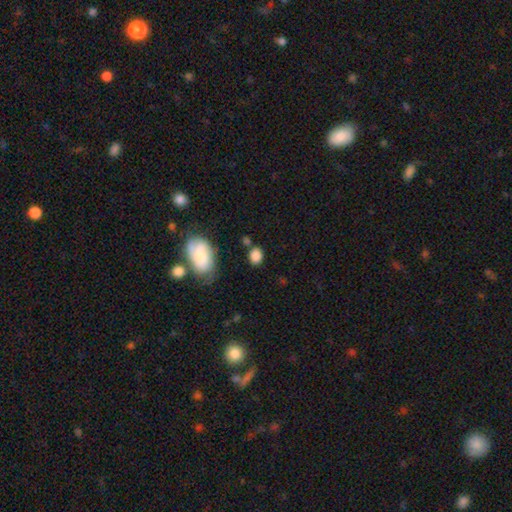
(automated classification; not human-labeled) Q: Smooth or featured?
A: smooth (84%); runner-up: star or artifact (8%)
Q: How rounded?
A: in between (51%); runner-up: round (47%)
Q: Merging?
A: none (68%); runner-up: minor disturbance (17%)